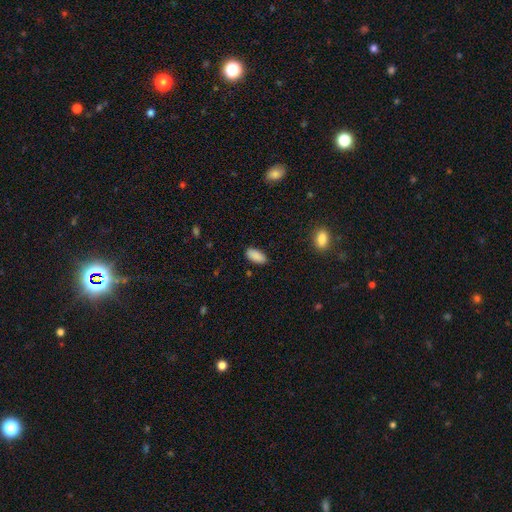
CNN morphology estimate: type=smooth (89%); roundness=in between (90%); merging=none (87%).